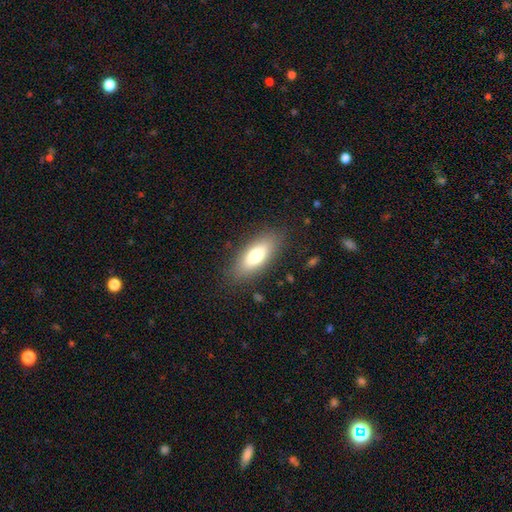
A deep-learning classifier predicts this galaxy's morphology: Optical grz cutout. It shows a smooth galaxy with no disk features (74%) that is in between round and cigar-shaped (79%). Merging: none (84%).